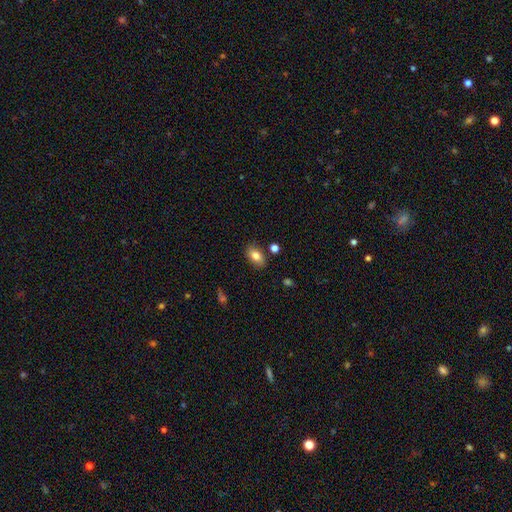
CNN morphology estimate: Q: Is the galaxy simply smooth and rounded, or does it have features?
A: smooth — 80%.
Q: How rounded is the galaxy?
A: in between — 87%.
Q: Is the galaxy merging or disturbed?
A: none — 83%.